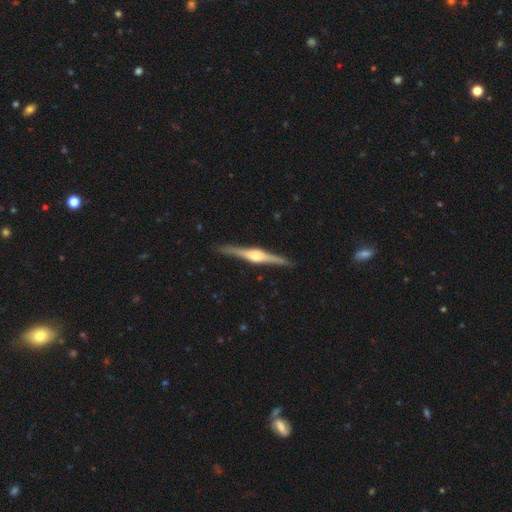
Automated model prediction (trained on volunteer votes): smooth-or-featured: featured or disk: 84% | smooth: 11% | star or artifact: 5%
  disk-edge-on: yes: 98% | no: 2%
    edge-on-bulge: rounded: 89% | boxy: 9% | none: 3%
  merging: none: 91% | minor disturbance: 7% | major disturbance: 1% | merger: 1%